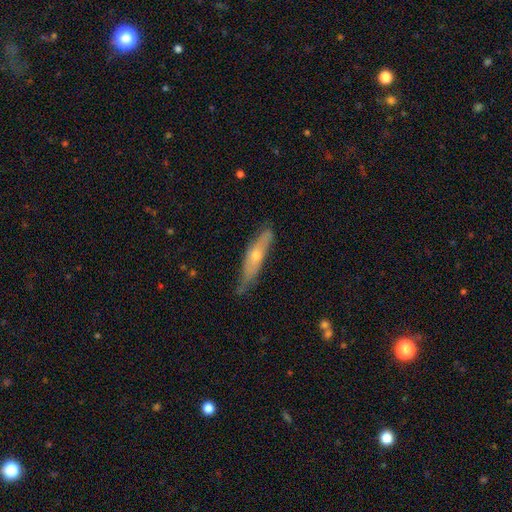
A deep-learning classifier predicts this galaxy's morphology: type=featured or disk (51%); edge-on=yes (67%); merging=none (58%).